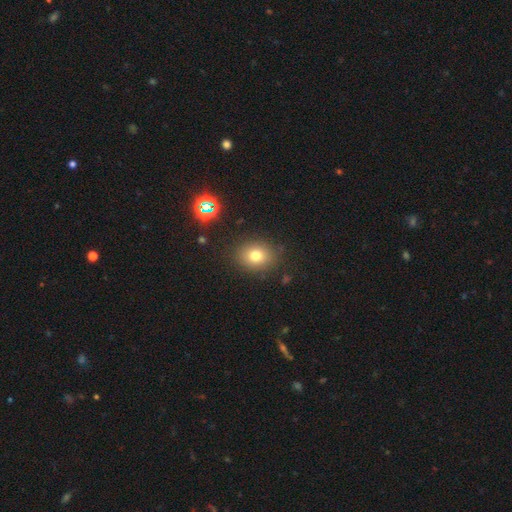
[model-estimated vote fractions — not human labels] Smooth or featured?
  - smooth: 75% *
  - star or artifact: 15%
  - featured or disk: 10%
How rounded?
  - round: 62% *
  - in between: 37%
  - cigar-shaped: 1%
Merging?
  - none: 86% *
  - minor disturbance: 9%
  - major disturbance: 3%
  - merger: 2%